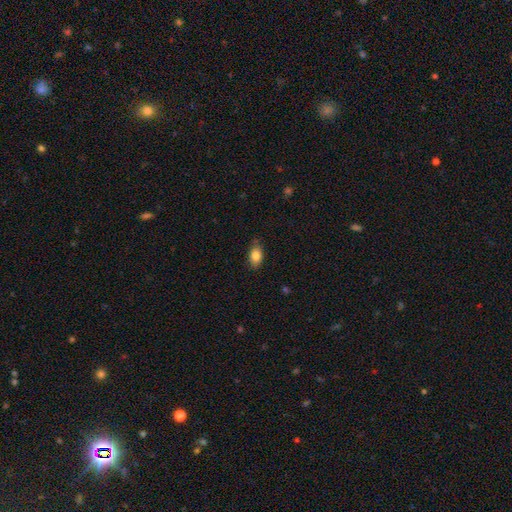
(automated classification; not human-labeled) Smooth or featured?
  - smooth: 84% *
  - featured or disk: 8%
  - star or artifact: 8%
How rounded?
  - in between: 87% *
  - round: 10%
  - cigar-shaped: 3%
Merging?
  - none: 79% *
  - minor disturbance: 17%
  - major disturbance: 3%
  - merger: 1%